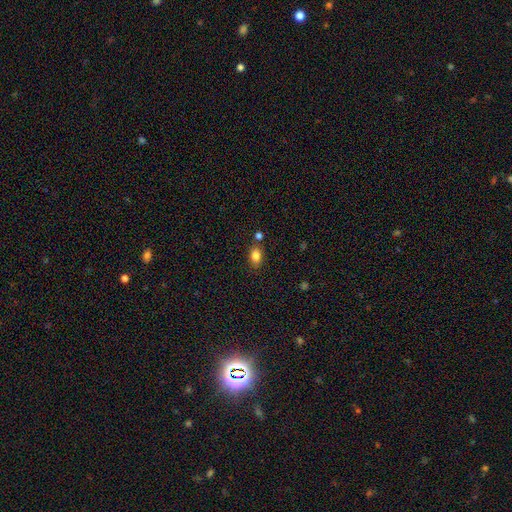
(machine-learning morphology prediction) Smooth or featured: smooth — 83% (star or artifact — 10%)
How rounded: in between — 82% (round — 16%)
Merging: none — 76% (minor disturbance — 12%)